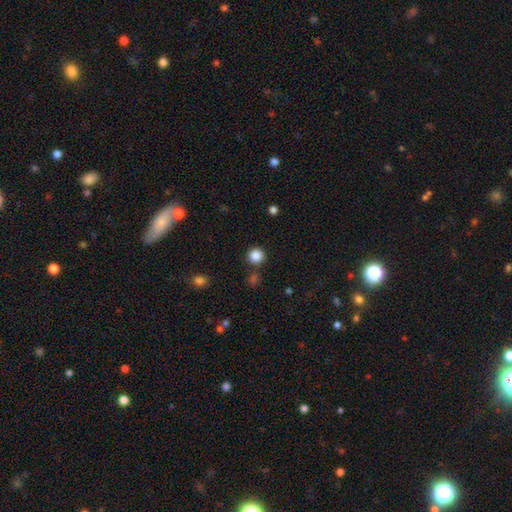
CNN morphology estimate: smooth 85%, star or artifact 11%, featured or disk 4%. Down the decision tree: how rounded — round (93%); merging — none (86%).